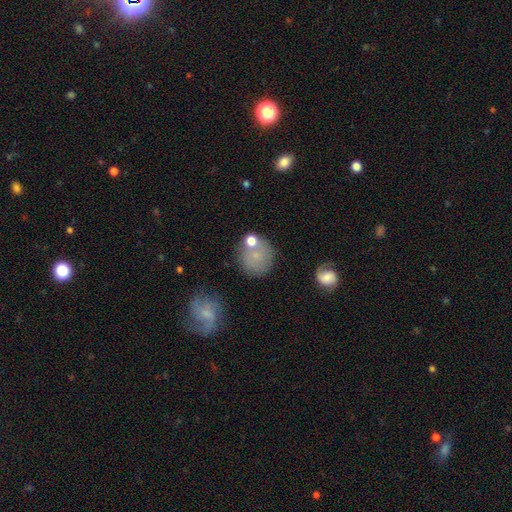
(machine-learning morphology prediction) This is likely a smooth galaxy (69%). How rounded: clearly round (85%). Merging: likely none (62%).